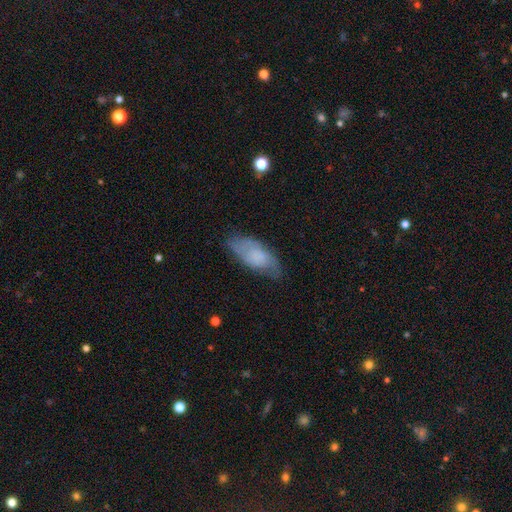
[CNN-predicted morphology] This appears to be a smooth galaxy with no disk features (59%) that is in between round and cigar-shaped (86%). Merging: none (65%).